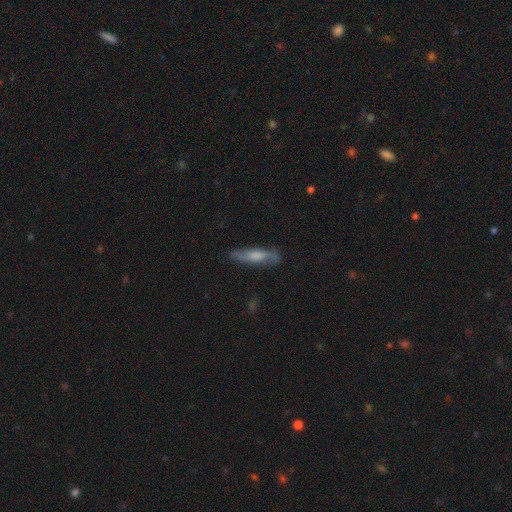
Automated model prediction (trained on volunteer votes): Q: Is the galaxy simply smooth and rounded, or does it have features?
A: smooth — 47%.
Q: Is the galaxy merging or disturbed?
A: none — 74%.